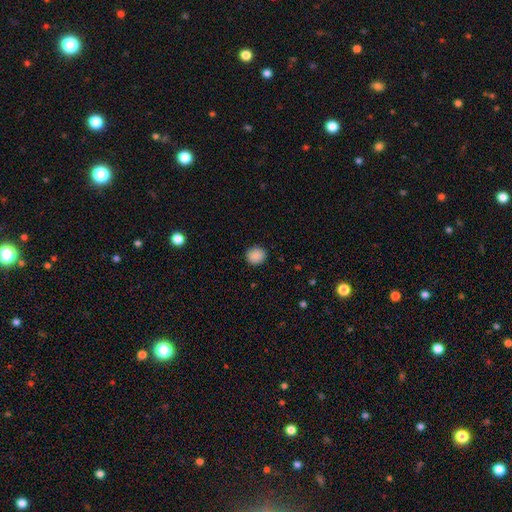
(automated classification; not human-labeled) smooth 89%, star or artifact 9%, featured or disk 3%. Down the decision tree: how rounded — round (84%); merging — none (91%).